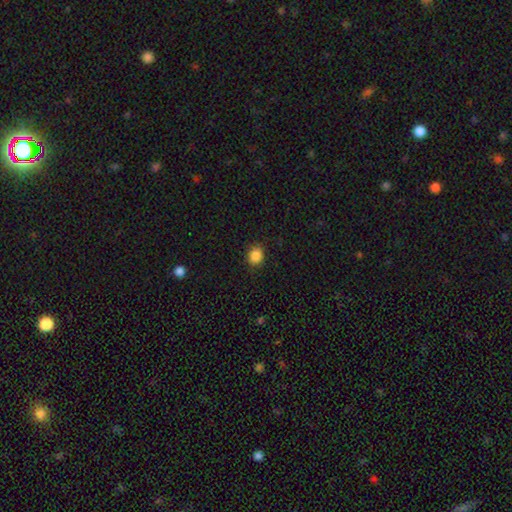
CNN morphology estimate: Smooth or featured? Predicted: smooth (p=0.87). How rounded? Predicted: round (p=0.75). Merging? Predicted: none (p=0.88).